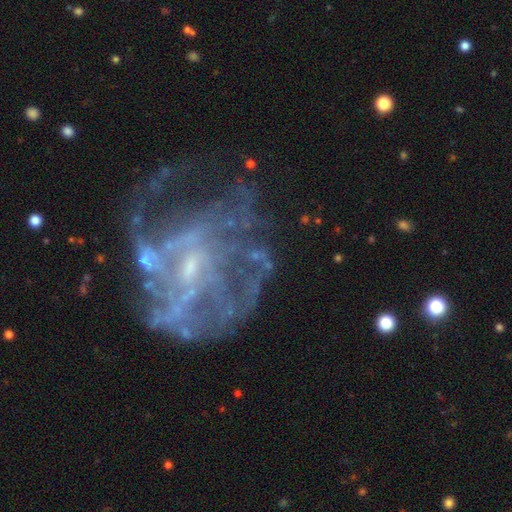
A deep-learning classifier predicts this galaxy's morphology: A featured or disk galaxy (78%) with no bar (46%), medium (39%) spiral arms (77%) and a small central bulge (60%). Merging: none (45%).